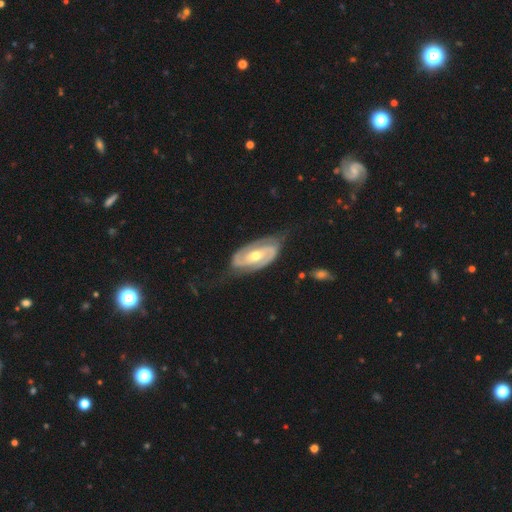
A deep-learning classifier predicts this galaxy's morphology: featured or disk 89%, smooth 8%, star or artifact 4%. Down the decision tree: edge-on disk — no (96%); bar — no (42%); spiral arms — yes (96%); spiral arm count — 2 (90%); spiral winding — tight (50%); bulge size — moderate (71%); merging — none (72%).